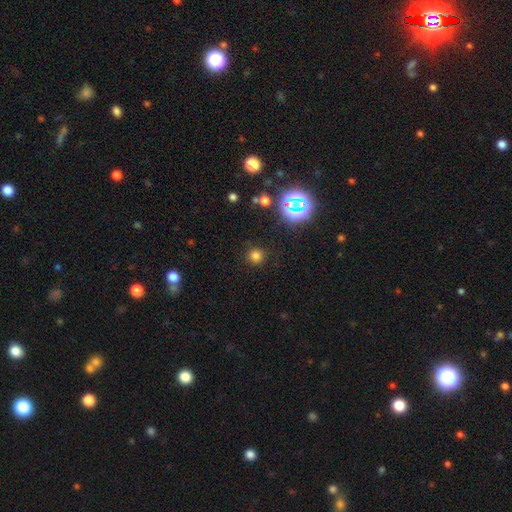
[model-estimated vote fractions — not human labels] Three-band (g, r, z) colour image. It shows a smooth galaxy with no disk features (73%) that is round (93%). Merging: none (88%).